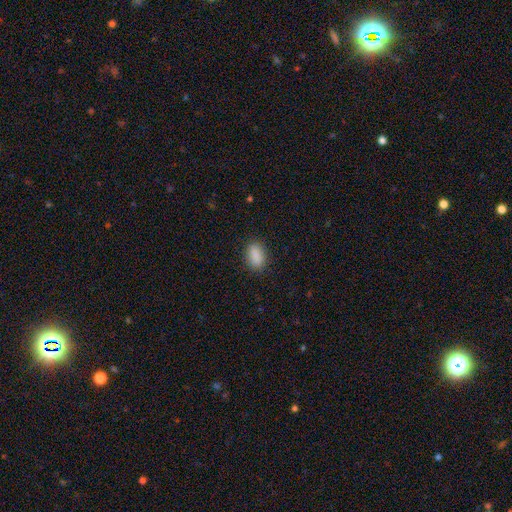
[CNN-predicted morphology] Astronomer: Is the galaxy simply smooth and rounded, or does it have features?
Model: smooth — 88%.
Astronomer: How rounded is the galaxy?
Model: in between — 85%.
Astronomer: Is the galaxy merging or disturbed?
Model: none — 86%.